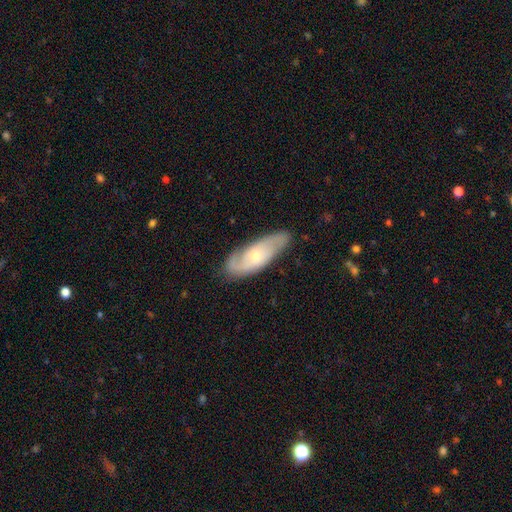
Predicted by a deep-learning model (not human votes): smooth-or-featured: featured or disk: 70% | smooth: 24% | star or artifact: 6%
  disk-edge-on: no: 86% | yes: 14%
    bar: no: 65% | weak: 30% | strong: 5%
    has-spiral-arms: yes: 90% | no: 10%
      spiral-winding: medium: 43% | tight: 38% | loose: 19%
      spiral-arm-count: 2: 61% | can't tell: 22% | 1: 8% | 3: 6% | 4: 2% | more than 4: 1%
    bulge-size: small: 53% | moderate: 42% | large: 2% | none: 2% | dominant: 1%
  merging: none: 76% | minor disturbance: 18% | major disturbance: 5% | merger: 1%